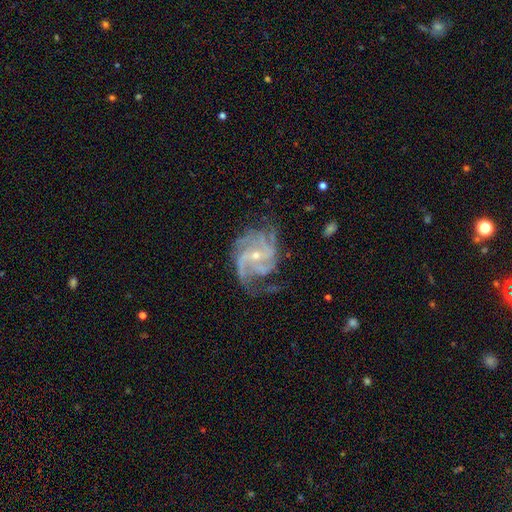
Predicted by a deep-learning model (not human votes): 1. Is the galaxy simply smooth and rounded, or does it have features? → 90% featured or disk, 6% star or artifact, 4% smooth.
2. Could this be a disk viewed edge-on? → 98% no, 2% yes.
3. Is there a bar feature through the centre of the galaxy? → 49% no, 37% weak, 14% strong.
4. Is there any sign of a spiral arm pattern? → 98% yes, 2% no.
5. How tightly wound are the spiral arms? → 49% medium, 38% tight, 14% loose.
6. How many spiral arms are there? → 37% 3, 19% 4, 18% 2, 13% can't tell, 7% more than 4, 6% 1.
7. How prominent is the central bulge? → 69% small, 28% moderate, 1% none, 1% large, 1% dominant.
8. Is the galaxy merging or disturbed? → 64% none, 21% minor disturbance, 13% major disturbance, 2% merger.